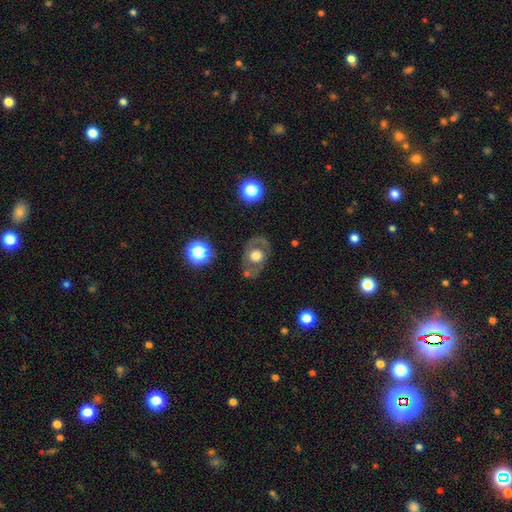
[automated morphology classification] Overall: featured or disk (49%; smooth 42%). Merging: none (71%).